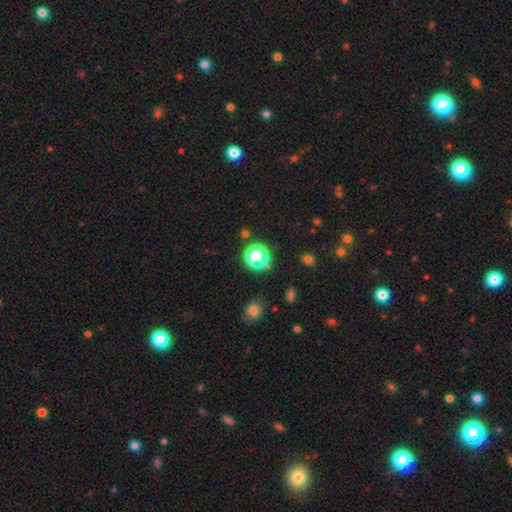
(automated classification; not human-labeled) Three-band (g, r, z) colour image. It shows a smooth galaxy with no disk features (46%, tied with star or artifact). Merging: none (77%).